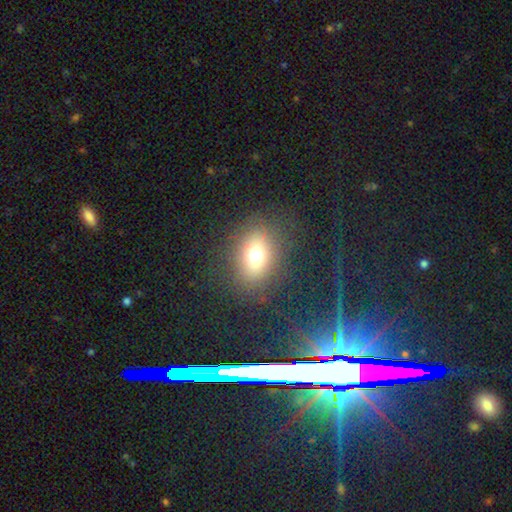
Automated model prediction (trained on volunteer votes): Overall: smooth (69%). How rounded: in between (62%; round 36%). Merging: none (78%).